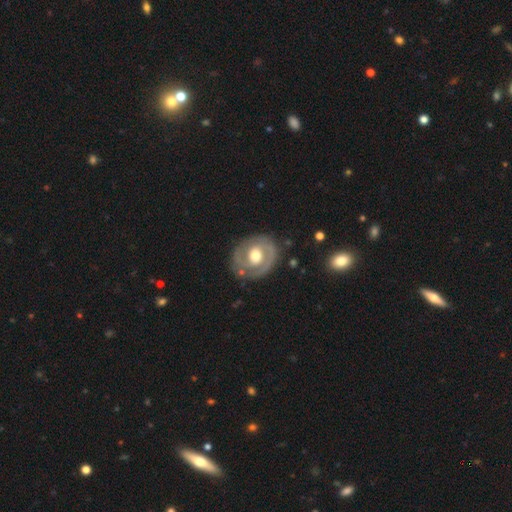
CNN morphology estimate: A featured or disk galaxy (74%) with no bar (57%), 2 (69%) tight (52%) spiral arms (72%) and a moderate central bulge (65%). Merging: none (78%).